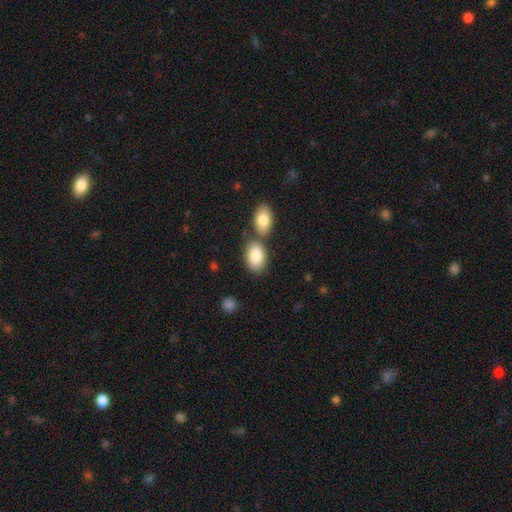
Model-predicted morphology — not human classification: type=smooth (85%); roundness=in between (91%); merging=none (54%).